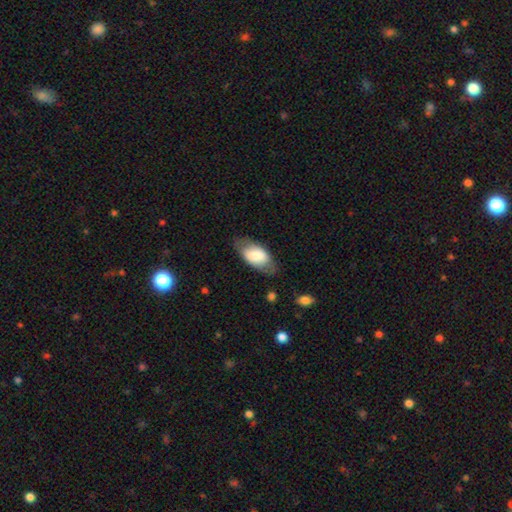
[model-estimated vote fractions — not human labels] smooth-or-featured: smooth: 65% | featured or disk: 29% | star or artifact: 6%
  how-rounded: in between: 92% | cigar-shaped: 5% | round: 4%
  merging: none: 72% | minor disturbance: 19% | major disturbance: 8% | merger: 2%